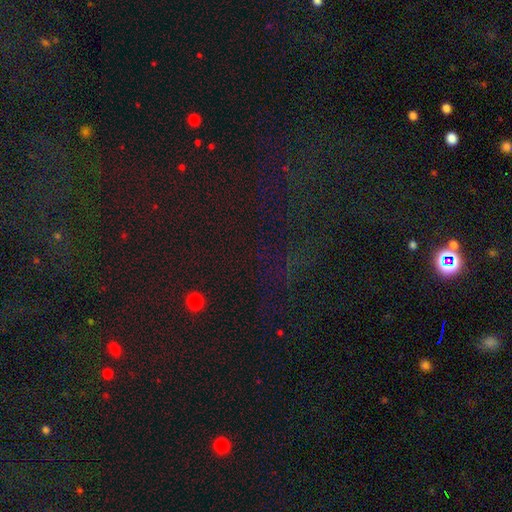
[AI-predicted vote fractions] A star or artifact, not a galaxy (73%).